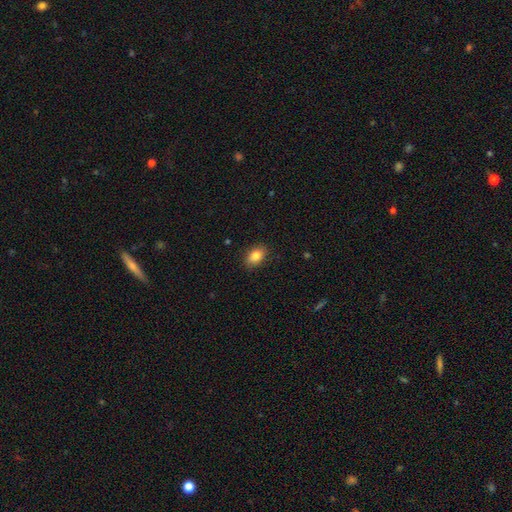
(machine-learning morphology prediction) Smooth or featured? smooth (84%)
How rounded? in between (82%)
Merging? none (85%)